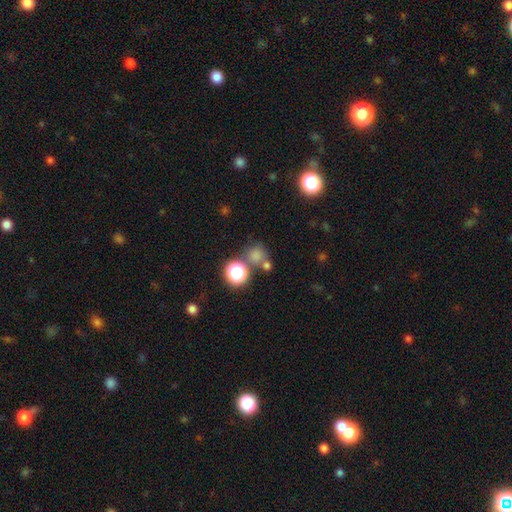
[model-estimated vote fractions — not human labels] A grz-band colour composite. It shows a smooth galaxy with no disk features (70%) that is round (85%). Merging: none (60%).